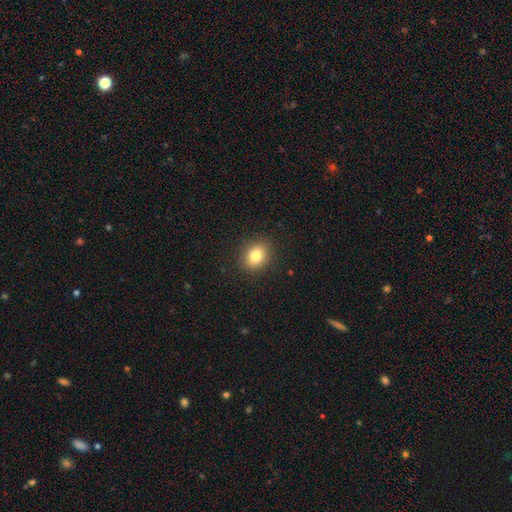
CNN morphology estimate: Smooth or featured? smooth (82%)
How rounded? round (53%)
Merging? none (89%)